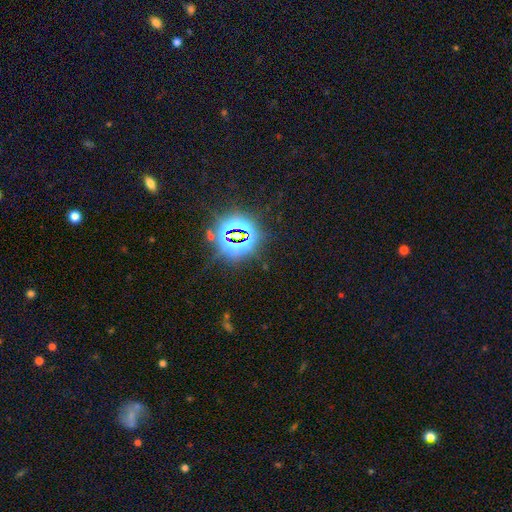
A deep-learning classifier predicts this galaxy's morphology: Smooth or featured? star or artifact (80%)